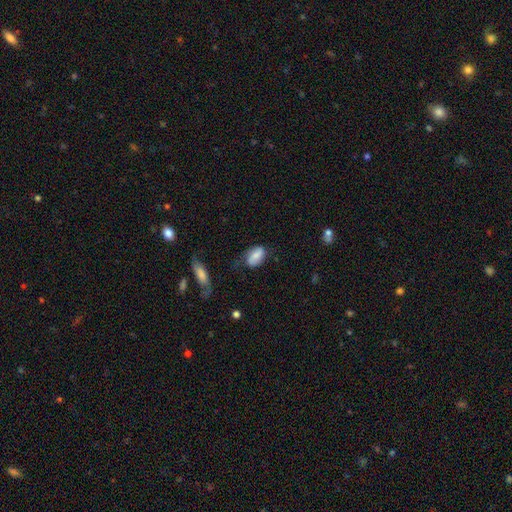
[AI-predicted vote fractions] This is likely a smooth galaxy (66%). How rounded: clearly in between (90%). Merging: possibly none (51%).